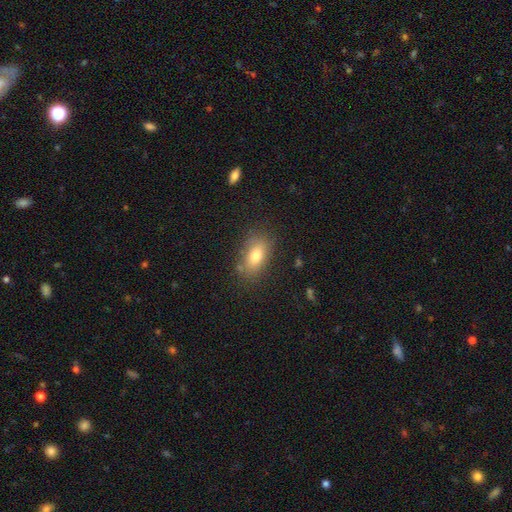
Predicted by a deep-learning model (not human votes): Smooth or featured?
  - smooth: 75% *
  - featured or disk: 15%
  - star or artifact: 10%
How rounded?
  - in between: 83% *
  - round: 13%
  - cigar-shaped: 3%
Merging?
  - none: 76% *
  - minor disturbance: 16%
  - major disturbance: 5%
  - merger: 3%